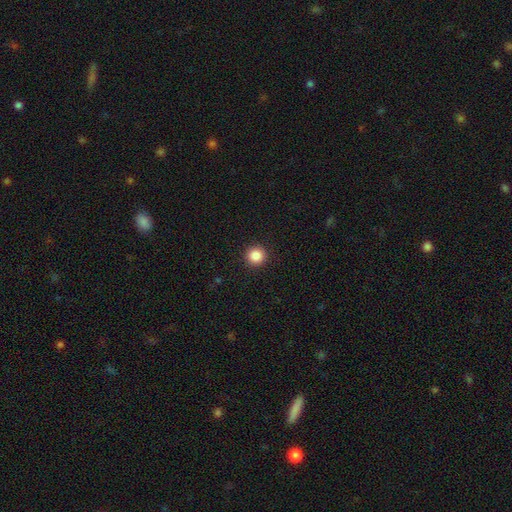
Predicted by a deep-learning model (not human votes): Smooth or featured? smooth (87%)
How rounded? round (95%)
Merging? none (93%)